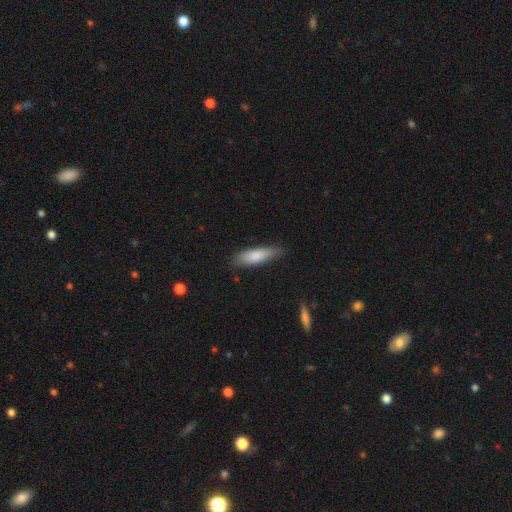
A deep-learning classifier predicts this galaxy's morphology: A smooth galaxy with no disk features (82%) that is cigar-shaped (56%). Merging: none (77%).